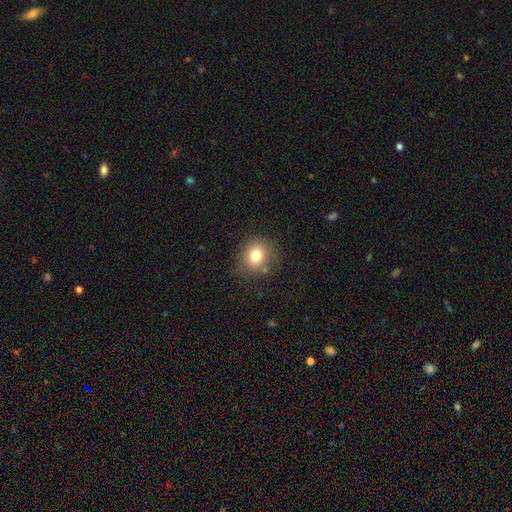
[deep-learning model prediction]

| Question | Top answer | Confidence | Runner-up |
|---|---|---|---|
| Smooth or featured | smooth | 77% | star or artifact (13%) |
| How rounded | round | 78% | in between (21%) |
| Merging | none | 81% | minor disturbance (13%) |